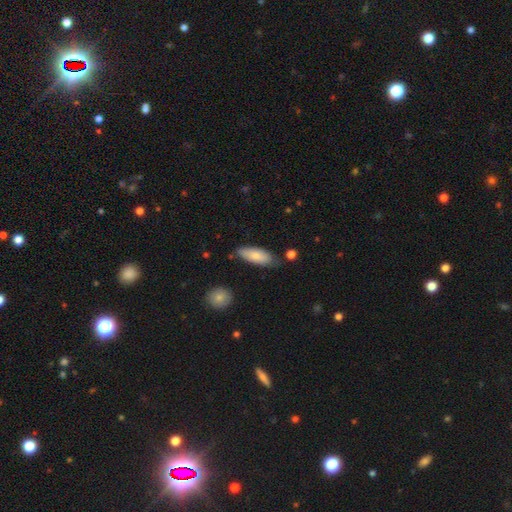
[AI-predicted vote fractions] The model was most divided on "merging": none: 68%, minor disturbance: 24%, major disturbance: 4%, merger: 4%. More confident: smooth or featured — smooth (80%); how rounded — in between (75%).